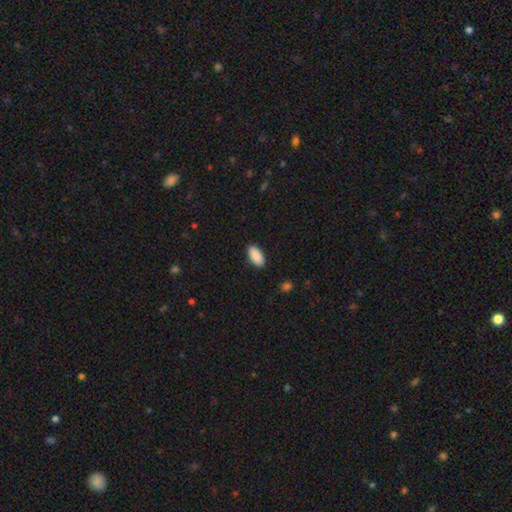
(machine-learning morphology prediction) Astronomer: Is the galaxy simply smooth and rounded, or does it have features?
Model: smooth — 91%.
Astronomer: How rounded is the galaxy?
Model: in between — 93%.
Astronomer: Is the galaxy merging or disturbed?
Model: none — 89%.